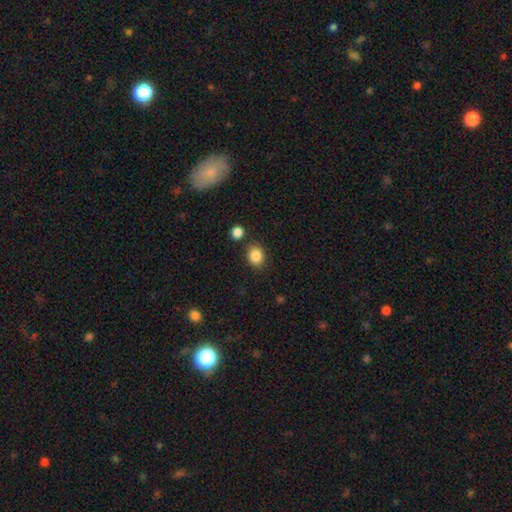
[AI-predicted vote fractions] Smooth or featured: smooth — 86% (star or artifact — 9%)
How rounded: round — 58% (in between — 41%)
Merging: none — 80% (minor disturbance — 11%)